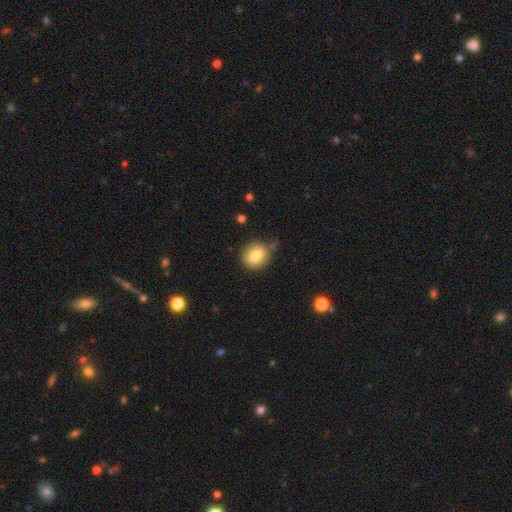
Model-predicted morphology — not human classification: This is clearly a smooth galaxy (81%). How rounded: likely round (69%). Merging: likely none (75%).